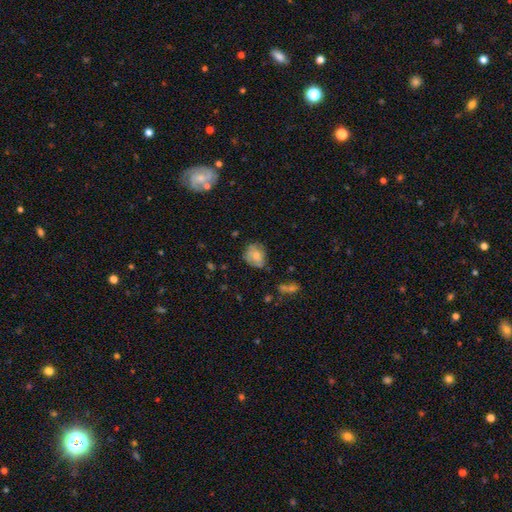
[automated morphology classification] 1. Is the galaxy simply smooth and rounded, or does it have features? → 69% smooth, 22% featured or disk, 9% star or artifact.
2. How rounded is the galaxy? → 60% round, 39% in between, 1% cigar-shaped.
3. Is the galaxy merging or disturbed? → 60% none, 28% minor disturbance, 9% major disturbance, 3% merger.